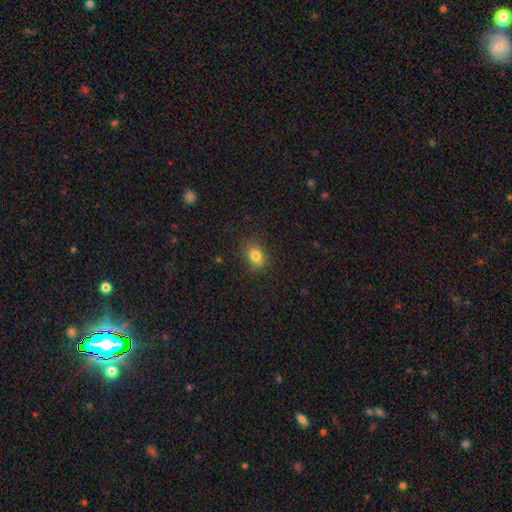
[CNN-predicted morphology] smooth_or_featured: smooth (p=0.81) [alt: star or artifact p=0.12]
how_rounded: in between (p=0.62) [alt: round p=0.36]
merging: none (p=0.82) [alt: minor disturbance p=0.13]